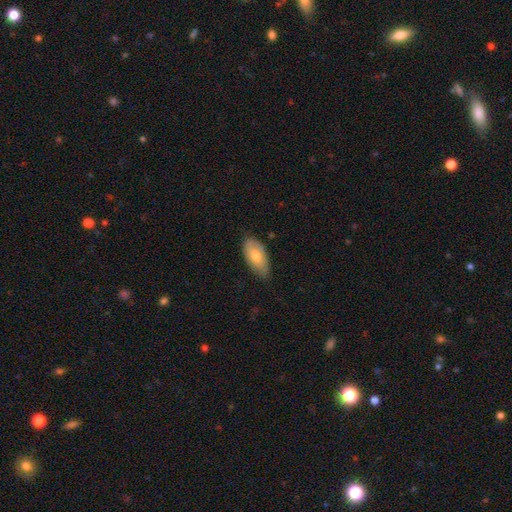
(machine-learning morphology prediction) type=smooth (70%); roundness=in between (93%); merging=none (69%).